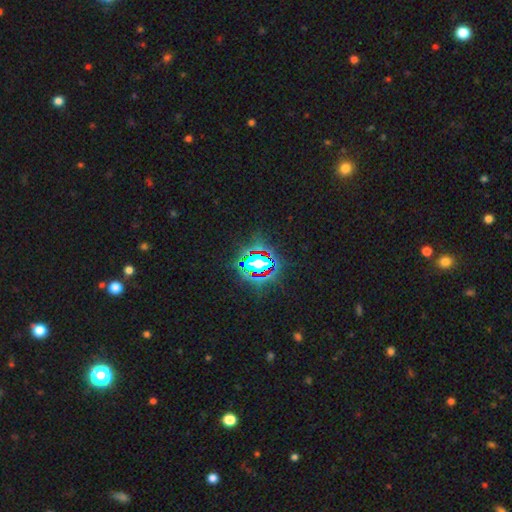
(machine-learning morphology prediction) A star or artifact, not a galaxy (82%).

Vote fractions:
- Smooth or featured? star or artifact: 82% / smooth: 10% / featured or disk: 7%